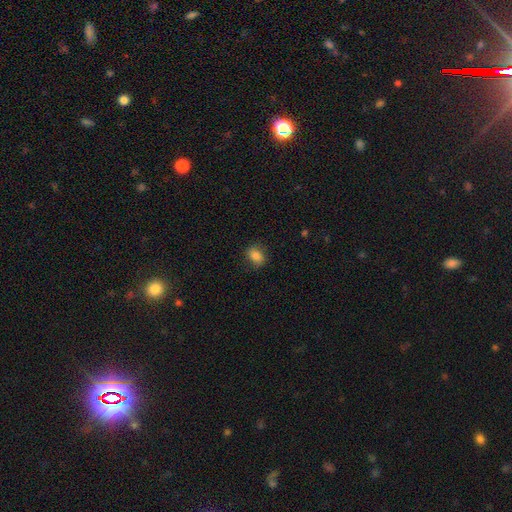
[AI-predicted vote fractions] Smooth or featured: smooth — 82% (star or artifact — 10%)
How rounded: in between — 61% (round — 38%)
Merging: none — 79% (minor disturbance — 15%)